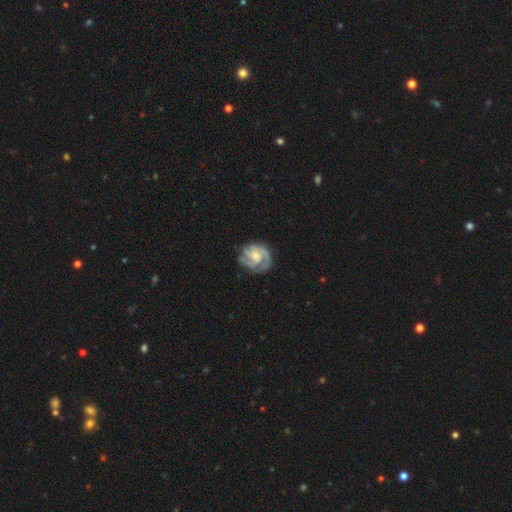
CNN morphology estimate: Smooth or featured? featured or disk (82%)
Edge-on disk? no (98%)
Bar? no (59%)
Spiral arms? yes (96%)
Spiral winding? tight (54%)
Spiral arm count? 3 (46%)
Bulge size? moderate (43%)
Merging? none (70%)